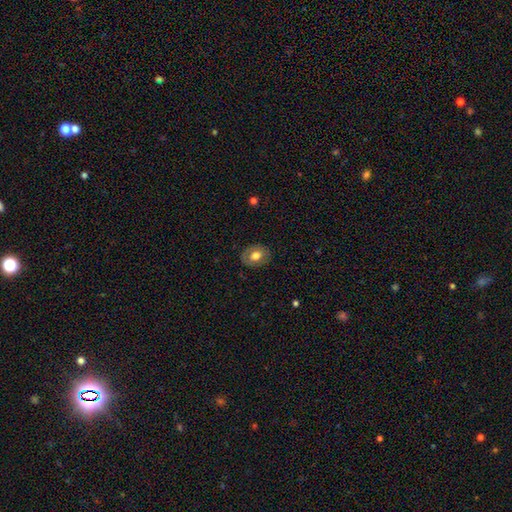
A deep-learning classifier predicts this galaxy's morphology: A smooth galaxy with no disk features (68%) that is in between round and cigar-shaped (62%). Merging: none (83%).